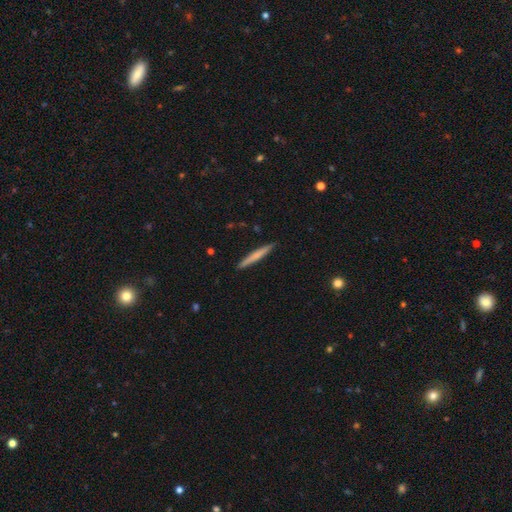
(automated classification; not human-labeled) Morphology: type=smooth (62%); roundness=cigar-shaped (96%); merging=none (91%).